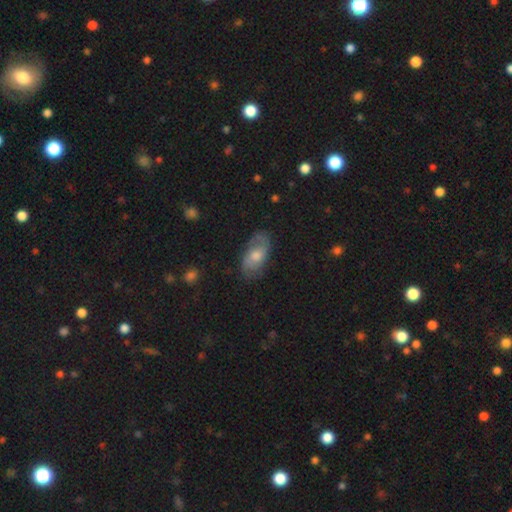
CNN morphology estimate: This is possibly a smooth galaxy (47%). Merging: likely none (75%).